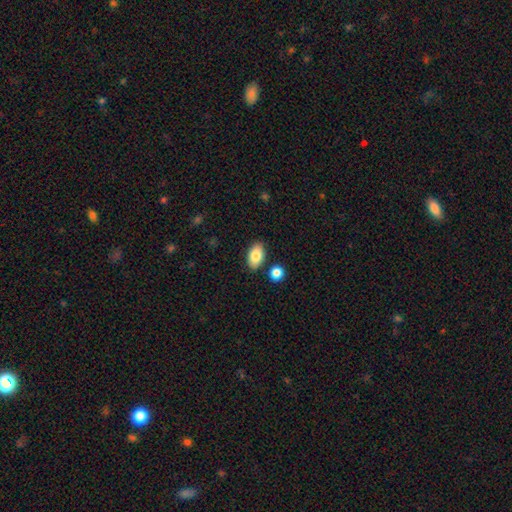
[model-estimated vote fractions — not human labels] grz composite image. It shows a smooth galaxy with no disk features (85%) that is in between round and cigar-shaped (92%). Merging: none (84%).